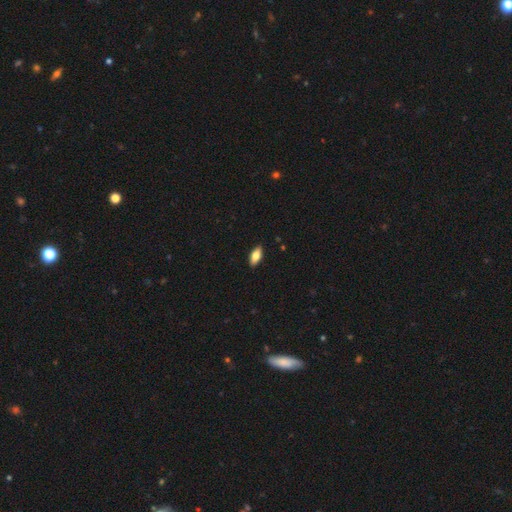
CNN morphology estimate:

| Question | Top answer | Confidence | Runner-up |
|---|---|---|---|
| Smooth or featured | smooth | 75% | featured or disk (18%) |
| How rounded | in between | 85% | cigar-shaped (12%) |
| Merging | none | 89% | minor disturbance (8%) |